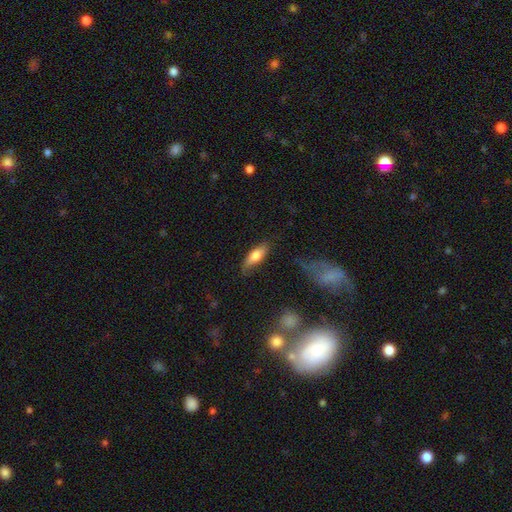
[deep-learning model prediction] The model was most divided on "how rounded": in between: 62%, cigar-shaped: 35%, round: 3%. More confident: merging — none (70%); smooth or featured — smooth (67%).